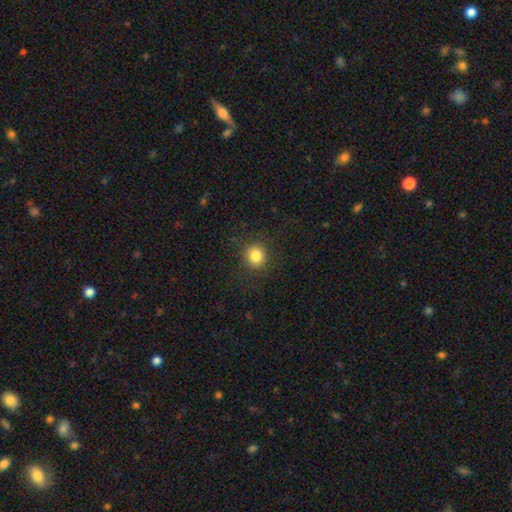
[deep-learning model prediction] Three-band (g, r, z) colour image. It shows a smooth galaxy with no disk features (84%) that is round (89%). Merging: none (88%).